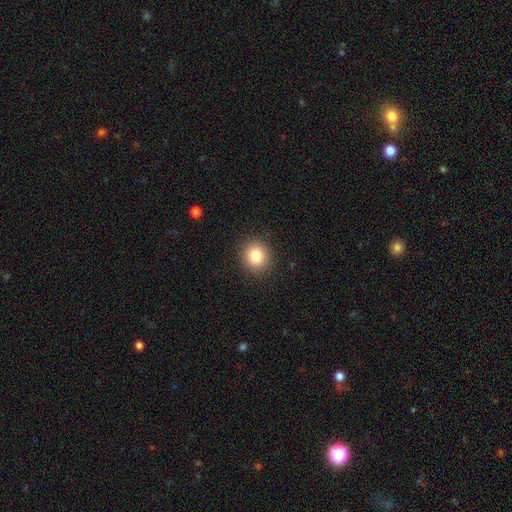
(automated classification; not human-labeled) The model was most divided on "smooth or featured": smooth: 83%, star or artifact: 10%, featured or disk: 6%. More confident: merging — none (90%); how rounded — round (87%).